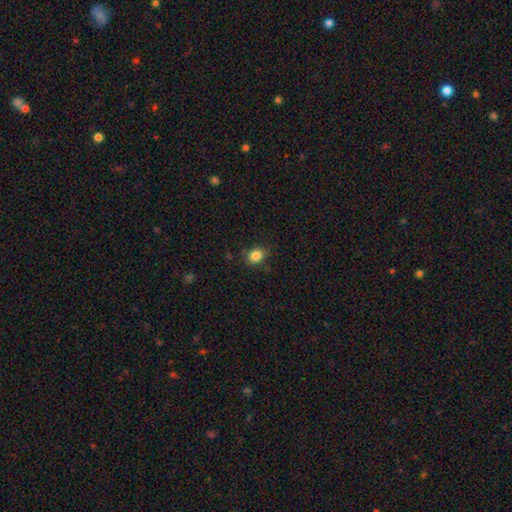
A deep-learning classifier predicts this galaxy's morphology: This is clearly a smooth galaxy (84%). How rounded: possibly round (51%). Merging: clearly none (80%).